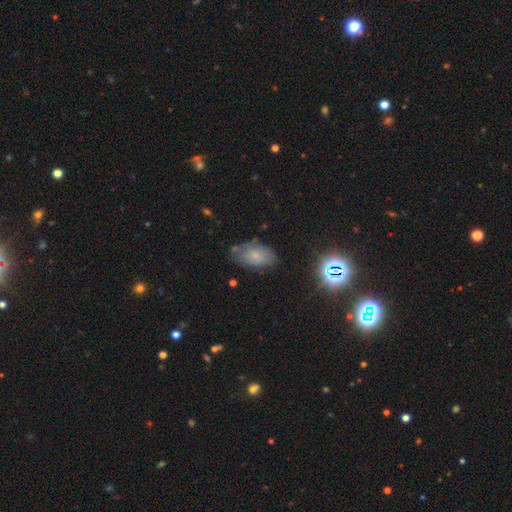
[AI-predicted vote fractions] smooth_or_featured: smooth (p=0.64) [alt: featured or disk p=0.22]
how_rounded: in between (p=0.92) [alt: round p=0.06]
merging: none (p=0.66) [alt: minor disturbance p=0.24]